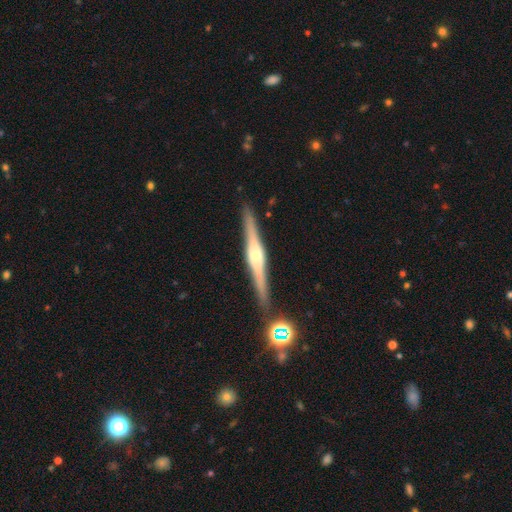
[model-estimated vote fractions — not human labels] Smooth or featured? Predicted: featured or disk (p=0.78). Edge-on disk? Predicted: yes (p=0.98). Edge-on bulge? Predicted: rounded (p=0.81). Merging? Predicted: none (p=0.88).